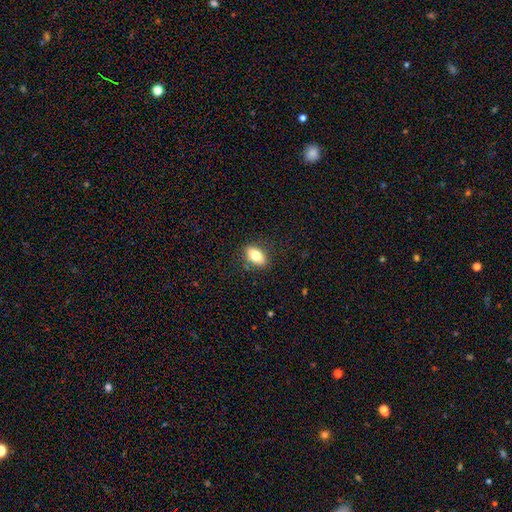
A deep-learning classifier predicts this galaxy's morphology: Smooth or featured? Predicted: smooth (p=0.76). How rounded? Predicted: in between (p=0.87). Merging? Predicted: none (p=0.84).